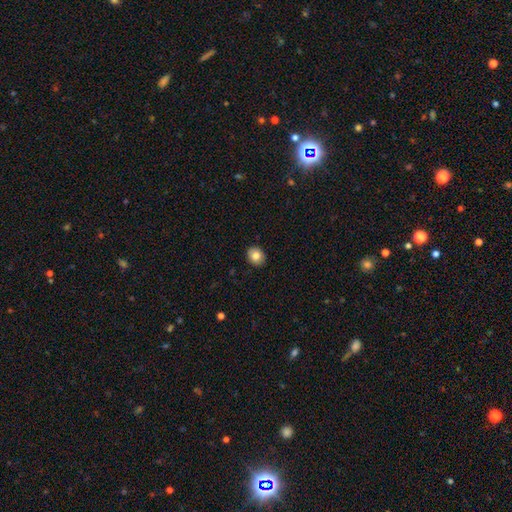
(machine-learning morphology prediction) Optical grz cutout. It shows a smooth galaxy with no disk features (83%) that is round (65%). Merging: none (91%).